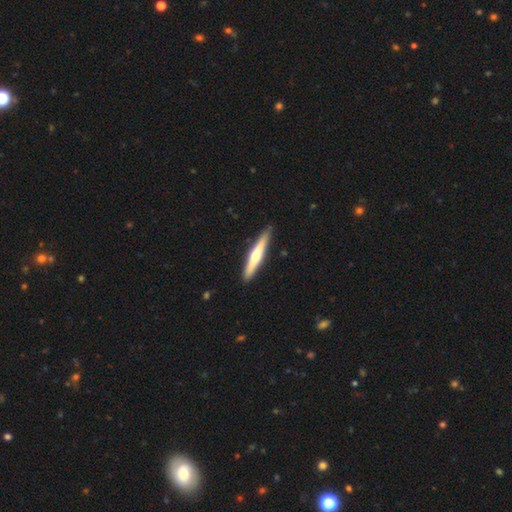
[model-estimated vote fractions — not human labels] A featured or disk galaxy (51%) viewed edge-on (96%).

Vote fractions:
- Smooth or featured? featured or disk: 51% / smooth: 44% / star or artifact: 5%
- Edge-on disk? yes: 96% / no: 4%
- Merging? none: 89% / minor disturbance: 8% / major disturbance: 1% / merger: 1%